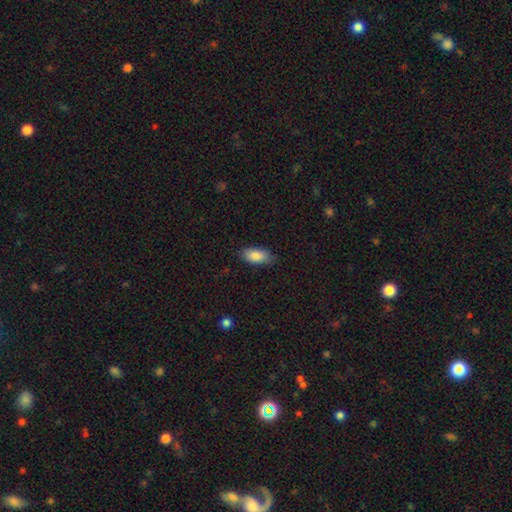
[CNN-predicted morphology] smooth 87%, featured or disk 7%, star or artifact 7%. Down the decision tree: how rounded — in between (90%); merging — none (82%).